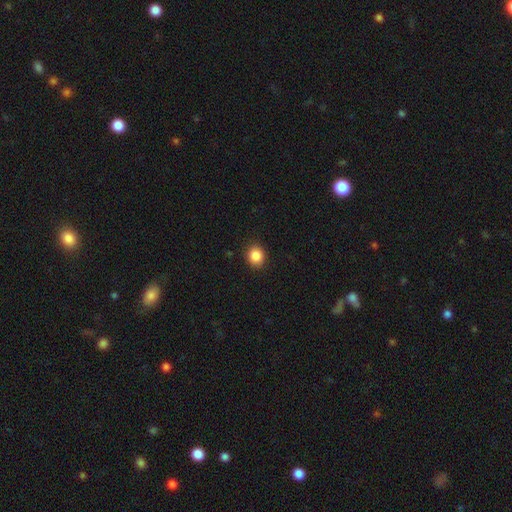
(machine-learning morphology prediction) The model was most divided on "how rounded": round: 76%, in between: 23%, cigar-shaped: 1%. More confident: merging — none (90%); smooth or featured — smooth (87%).